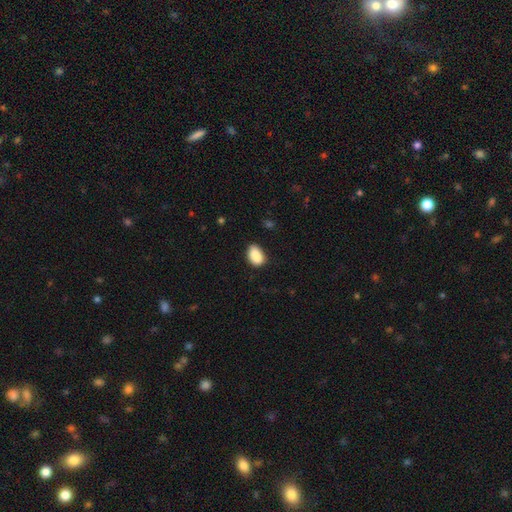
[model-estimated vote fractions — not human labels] This is clearly a smooth galaxy (89%). How rounded: clearly in between (88%). Merging: likely none (78%).